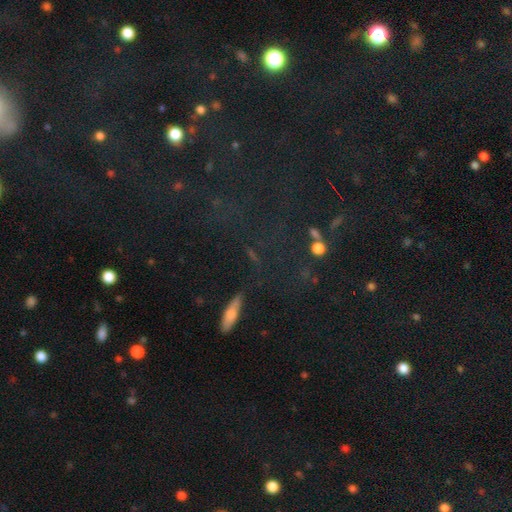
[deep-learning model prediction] smooth_or_featured: star or artifact (p=0.66) [alt: smooth p=0.22]